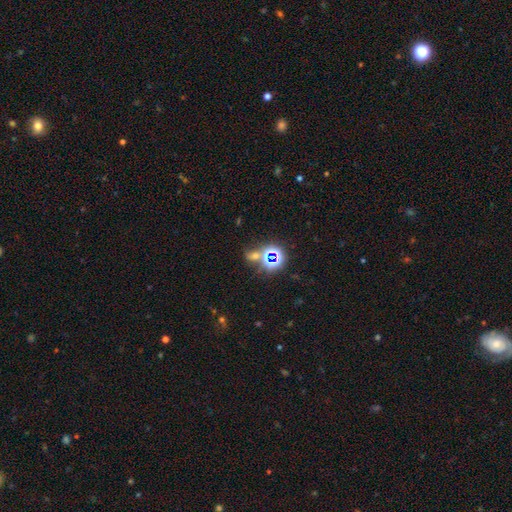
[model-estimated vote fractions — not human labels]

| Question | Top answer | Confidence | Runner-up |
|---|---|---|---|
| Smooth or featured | star or artifact | 60% | smooth (28%) |